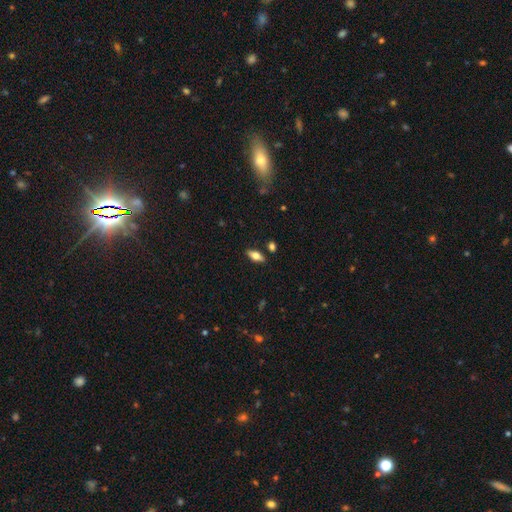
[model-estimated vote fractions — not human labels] smooth 62%, featured or disk 30%, star or artifact 8%. Down the decision tree: how rounded — in between (79%); merging — none (86%).